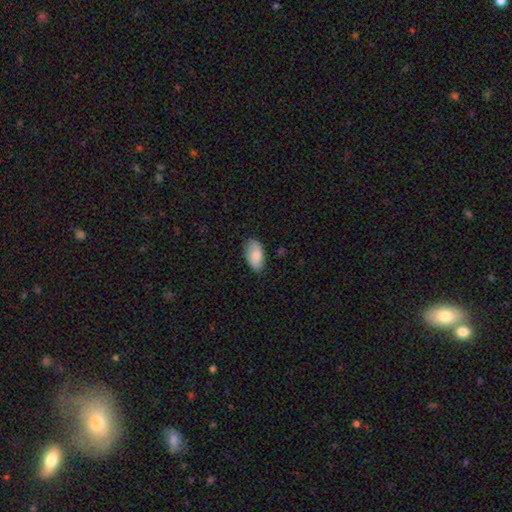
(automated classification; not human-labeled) Smooth or featured? smooth (82%)
How rounded? in between (94%)
Merging? none (81%)